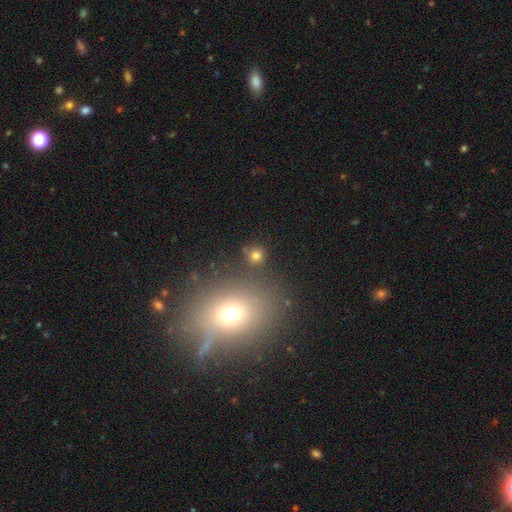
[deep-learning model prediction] Smooth or featured? smooth (75%)
How rounded? round (89%)
Merging? none (81%)